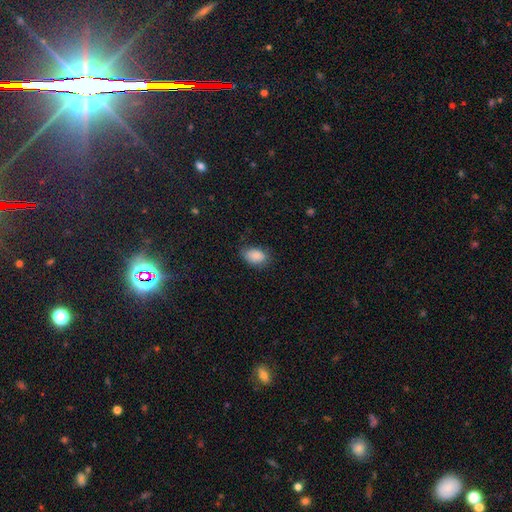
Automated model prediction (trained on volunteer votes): This is clearly a smooth galaxy (87%). How rounded: clearly in between (88%). Merging: likely none (69%).